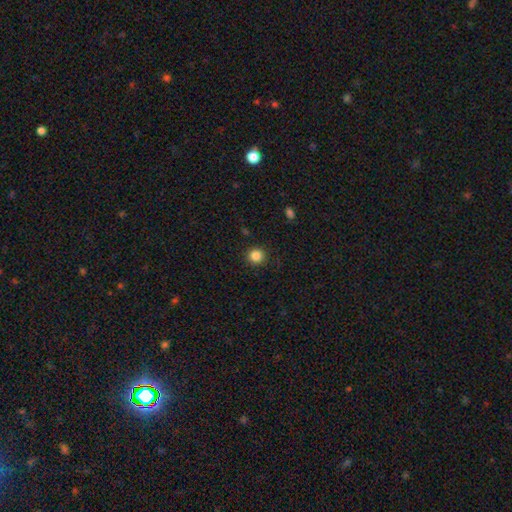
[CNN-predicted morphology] type=smooth (85%); roundness=round (94%); merging=none (91%).